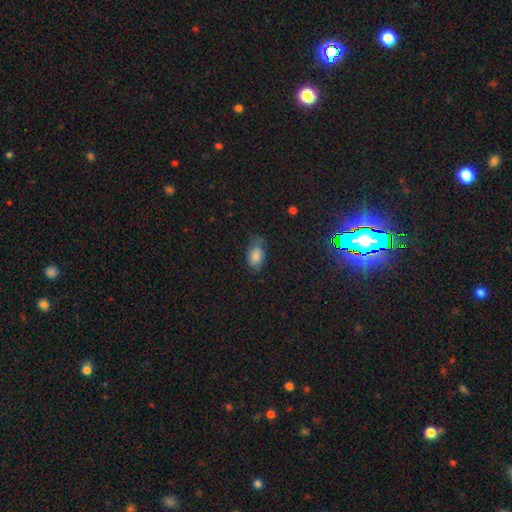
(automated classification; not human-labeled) Smooth or featured?
  - smooth: 79% *
  - featured or disk: 12%
  - star or artifact: 10%
How rounded?
  - in between: 88% *
  - round: 9%
  - cigar-shaped: 2%
Merging?
  - none: 56% *
  - minor disturbance: 32%
  - major disturbance: 10%
  - merger: 2%